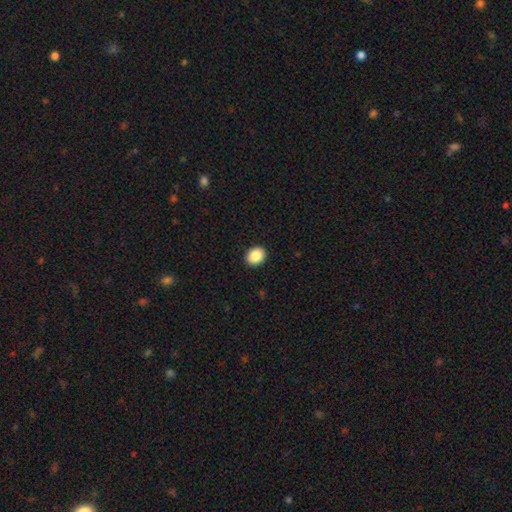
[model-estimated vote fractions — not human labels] The model was most divided on "how rounded": in between: 51%, round: 49%, cigar-shaped: 1%. More confident: merging — none (92%); smooth or featured — smooth (88%).